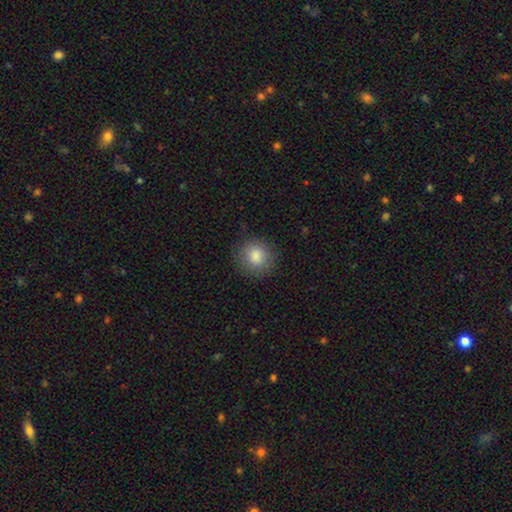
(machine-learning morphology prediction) A smooth galaxy with no disk features (85%) that is round (89%).

Vote fractions:
- Smooth or featured? smooth: 85% / star or artifact: 10% / featured or disk: 6%
- How rounded? round: 89% / in between: 10% / cigar-shaped: 1%
- Merging? none: 87% / minor disturbance: 9% / major disturbance: 3% / merger: 1%